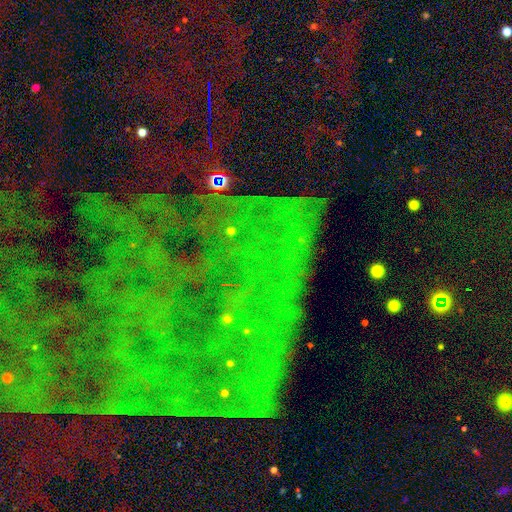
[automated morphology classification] A star or artifact, not a galaxy (80%).